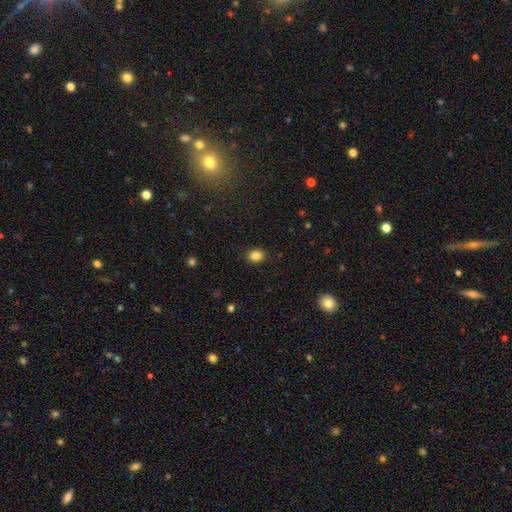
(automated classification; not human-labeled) A smooth galaxy with no disk features (86%) that is round (50%). Merging: none (88%).